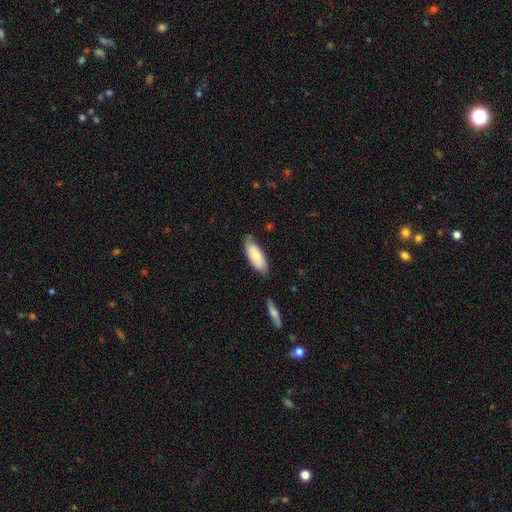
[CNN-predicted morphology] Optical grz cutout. It shows a smooth galaxy with no disk features (75%) that is in between round and cigar-shaped (76%). Merging: none (71%).